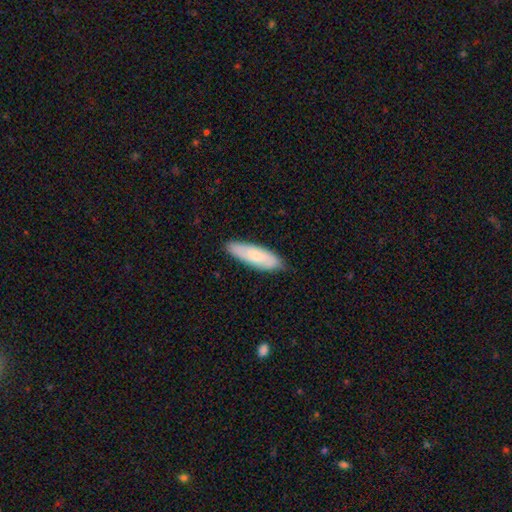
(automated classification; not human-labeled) Morphology: type=smooth (73%); roundness=cigar-shaped (51%); merging=none (83%).